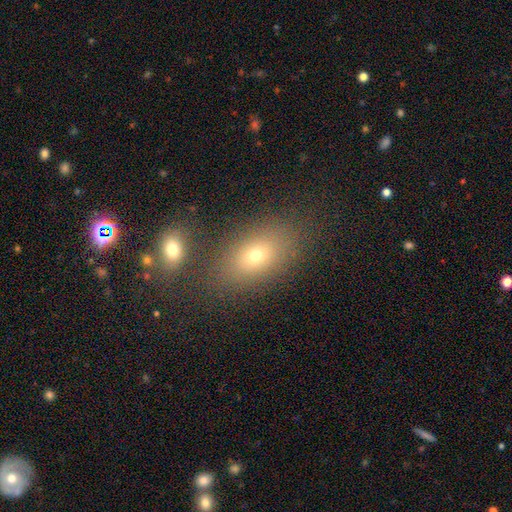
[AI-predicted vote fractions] Q: Smooth or featured?
A: smooth (69%); runner-up: featured or disk (16%)
Q: How rounded?
A: in between (81%); runner-up: round (17%)
Q: Merging?
A: none (71%); runner-up: merger (12%)